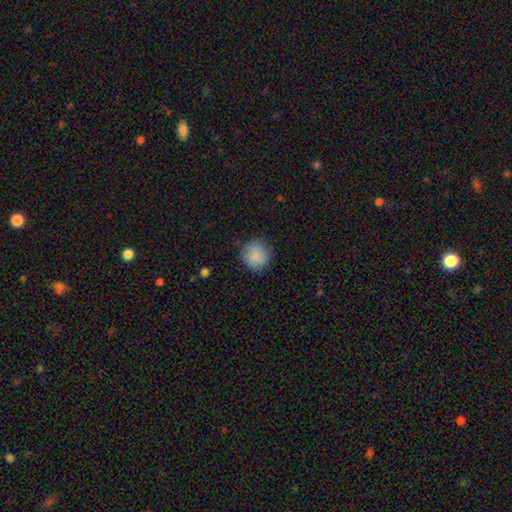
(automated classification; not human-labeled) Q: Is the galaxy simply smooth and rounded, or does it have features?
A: smooth — 87%.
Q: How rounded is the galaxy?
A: round — 90%.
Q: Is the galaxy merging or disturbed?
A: none — 82%.